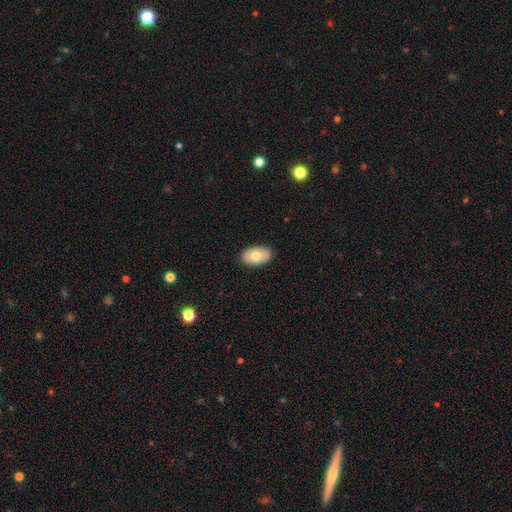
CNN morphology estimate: A smooth galaxy with no disk features (70%) that is in between round and cigar-shaped (92%).

Vote fractions:
- Smooth or featured? smooth: 70% / featured or disk: 24% / star or artifact: 6%
- How rounded? in between: 92% / round: 7% / cigar-shaped: 1%
- Merging? none: 88% / minor disturbance: 9% / major disturbance: 2% / merger: 1%